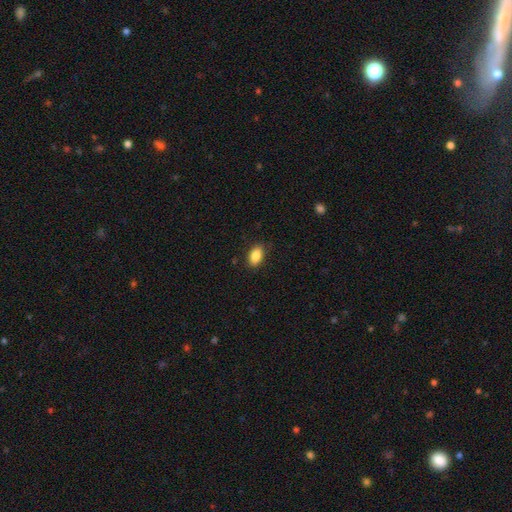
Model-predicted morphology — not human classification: The model was most divided on "merging": none: 85%, minor disturbance: 11%, major disturbance: 2%, merger: 1%. More confident: how rounded — in between (90%); smooth or featured — smooth (87%).